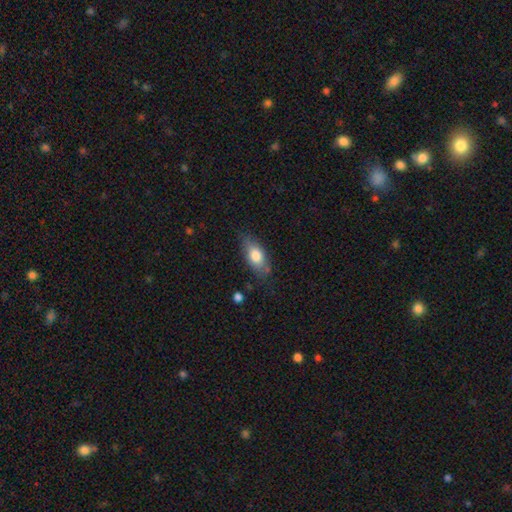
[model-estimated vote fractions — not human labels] Smooth or featured?
  - smooth: 77% *
  - featured or disk: 16%
  - star or artifact: 7%
How rounded?
  - in between: 84% *
  - cigar-shaped: 11%
  - round: 5%
Merging?
  - none: 73% *
  - minor disturbance: 20%
  - major disturbance: 5%
  - merger: 2%